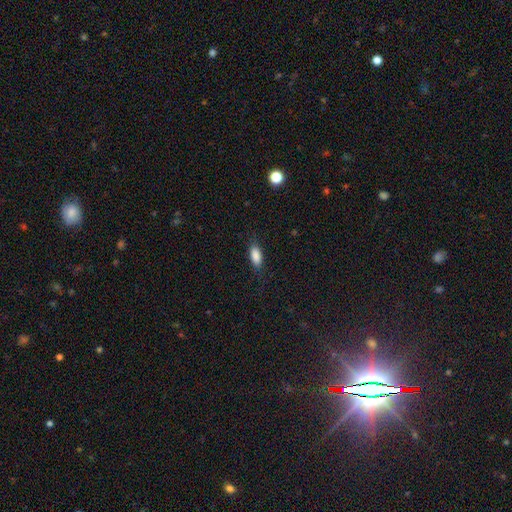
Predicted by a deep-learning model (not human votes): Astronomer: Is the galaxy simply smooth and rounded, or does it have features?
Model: smooth — 87%.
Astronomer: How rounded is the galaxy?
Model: in between — 84%.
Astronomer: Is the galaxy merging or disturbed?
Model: none — 82%.